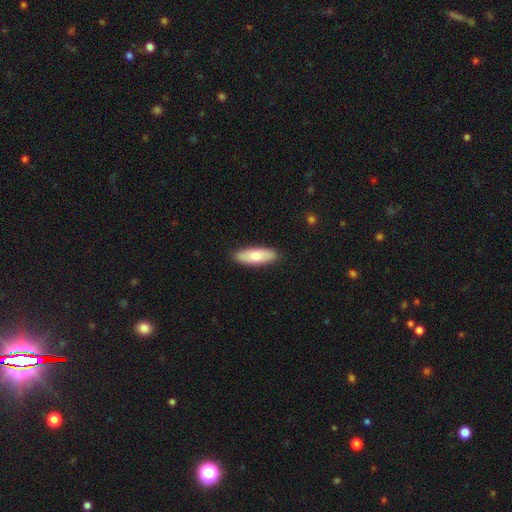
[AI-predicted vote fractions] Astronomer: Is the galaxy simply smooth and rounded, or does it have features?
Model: smooth — 73%.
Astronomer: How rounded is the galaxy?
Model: in between — 60% (runner-up: cigar-shaped, 38%).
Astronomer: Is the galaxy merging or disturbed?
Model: none — 89%.